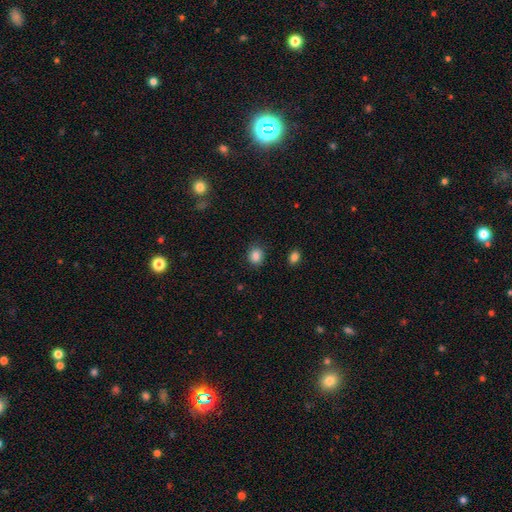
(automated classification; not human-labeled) Smooth or featured? Predicted: smooth (p=0.86). How rounded? Predicted: round (p=0.72). Merging? Predicted: none (p=0.84).